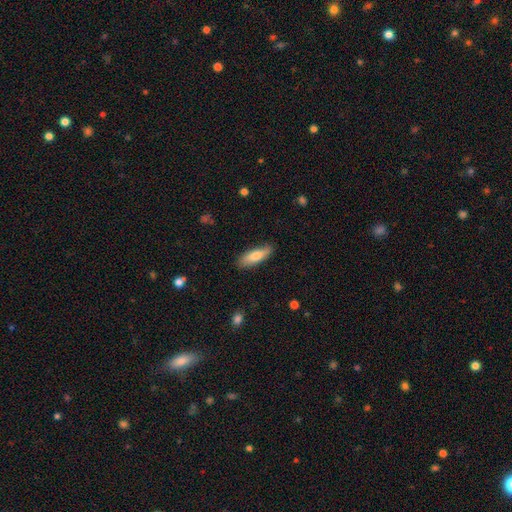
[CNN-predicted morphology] This appears to be a smooth galaxy with no disk features (76%) that is in between round and cigar-shaped (51%). Merging: none (83%).